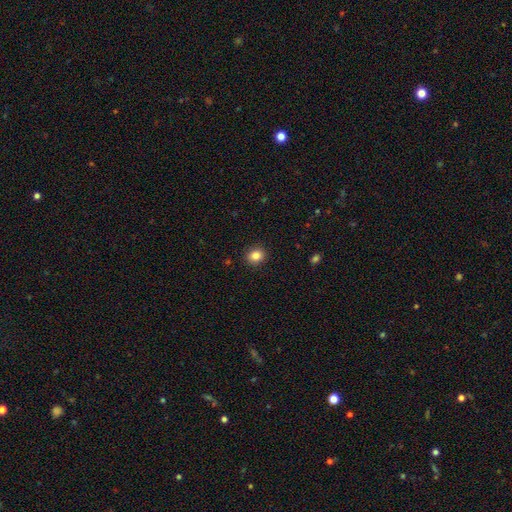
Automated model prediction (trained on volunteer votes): Morphology: type=smooth (85%); roundness=round (72%); merging=none (92%).